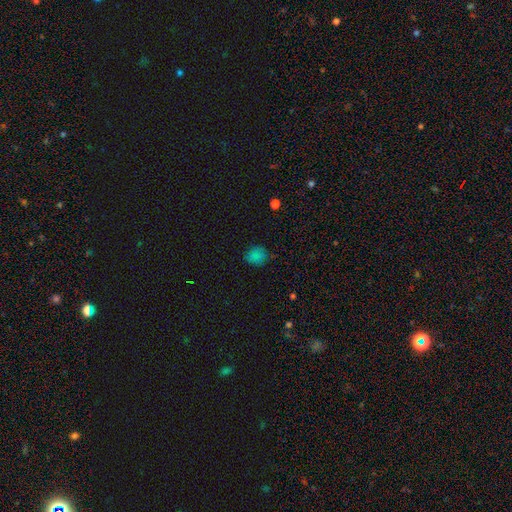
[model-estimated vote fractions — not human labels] Smooth or featured: smooth — 72% (star or artifact — 22%)
How rounded: round — 77% (in between — 21%)
Merging: none — 81% (minor disturbance — 13%)